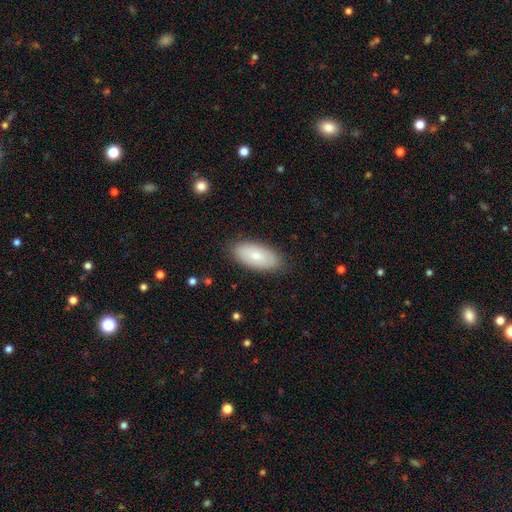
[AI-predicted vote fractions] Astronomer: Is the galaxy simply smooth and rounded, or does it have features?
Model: smooth — 70%.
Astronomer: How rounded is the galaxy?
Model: in between — 94%.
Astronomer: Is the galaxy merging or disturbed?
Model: none — 85%.